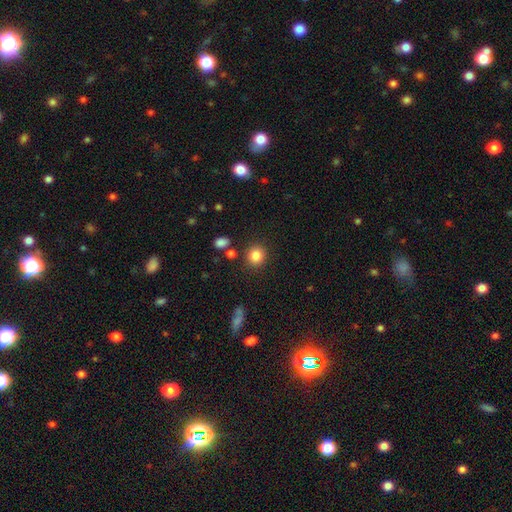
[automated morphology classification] The model was most divided on "smooth or featured": smooth: 84%, star or artifact: 10%, featured or disk: 5%. More confident: how rounded — round (87%); merging — none (86%).